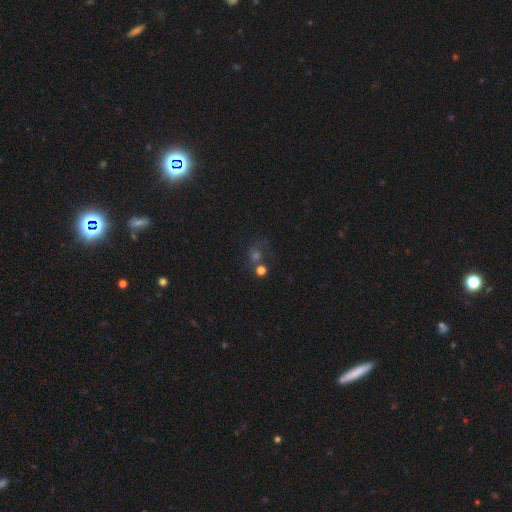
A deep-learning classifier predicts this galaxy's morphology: star or artifact 45%, smooth 37%, featured or disk 19%.